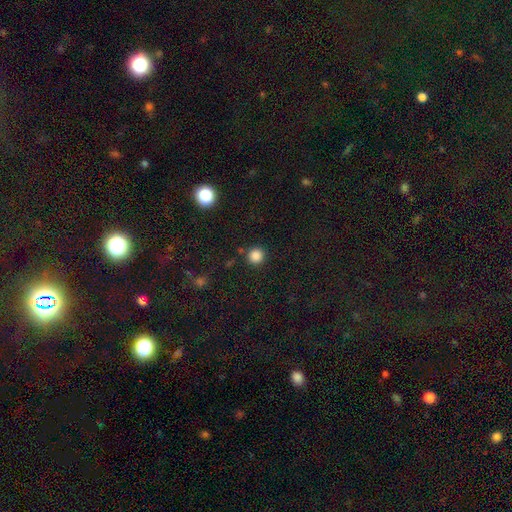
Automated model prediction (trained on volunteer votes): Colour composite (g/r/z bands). It shows a smooth galaxy with no disk features (85%) that is round (94%). Merging: none (88%).